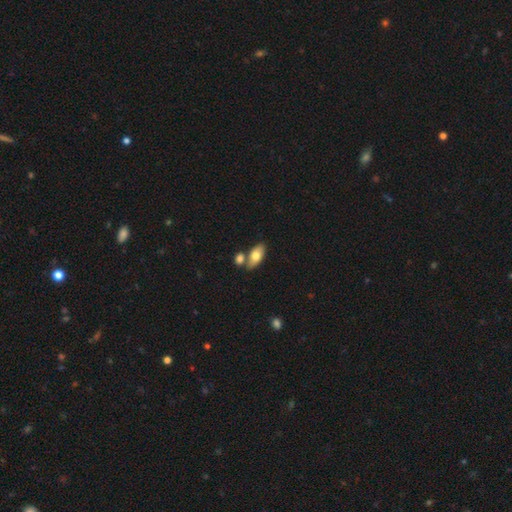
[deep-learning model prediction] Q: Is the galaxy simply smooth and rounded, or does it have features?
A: smooth — 74%.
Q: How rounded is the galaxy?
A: in between — 89%.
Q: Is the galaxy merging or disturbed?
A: none — 61%.